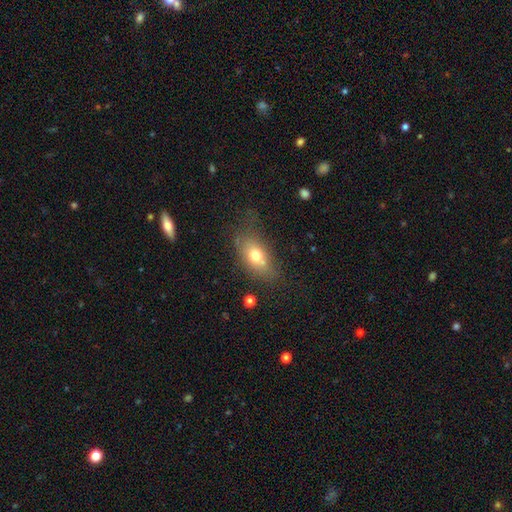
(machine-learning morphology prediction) smooth-or-featured: smooth: 69% | featured or disk: 21% | star or artifact: 10%
  how-rounded: in between: 79% | round: 14% | cigar-shaped: 7%
  merging: none: 55% | minor disturbance: 23% | major disturbance: 11% | merger: 11%